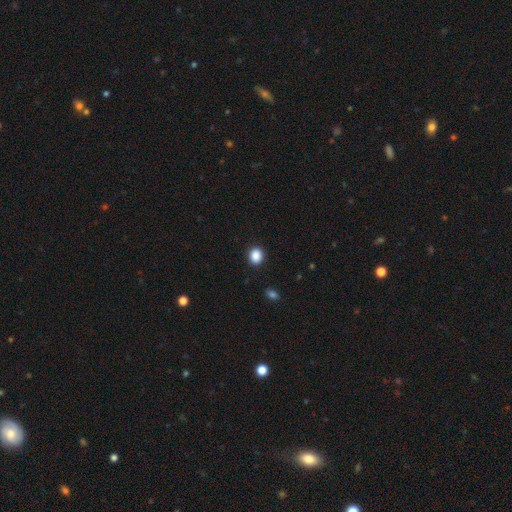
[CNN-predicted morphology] A smooth galaxy with no disk features (88%) that is round (66%). Merging: none (90%).